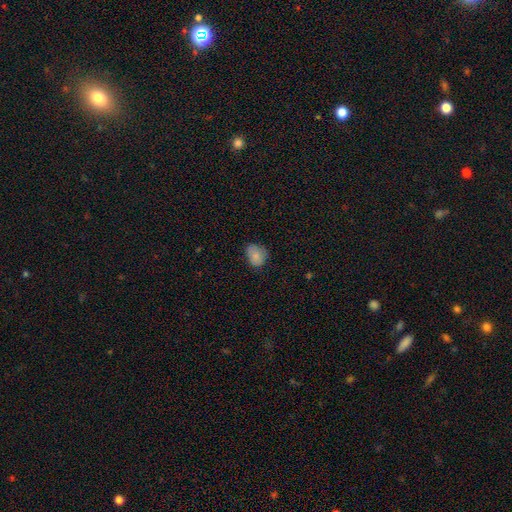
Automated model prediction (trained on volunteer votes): Overall: smooth (83%). How rounded: in between (55%; round 44%). Merging: none (61%; minor disturbance 30%).